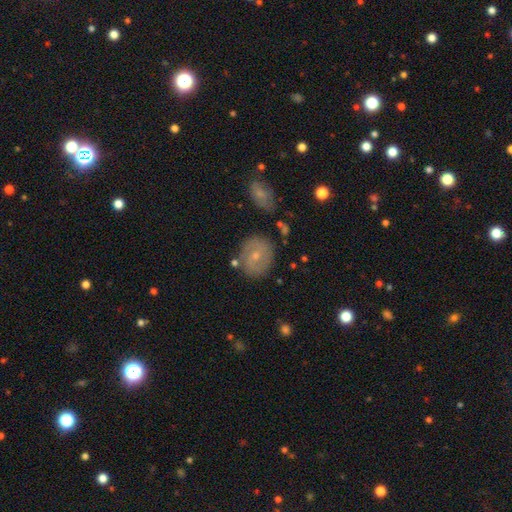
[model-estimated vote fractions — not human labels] A featured or disk galaxy (54%) with no bar (53%), spiral arms (73%) and a small central bulge (61%). Merging: none (78%).